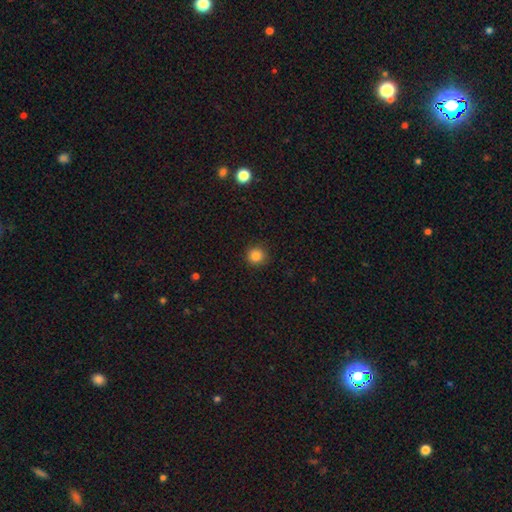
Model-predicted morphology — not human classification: A smooth galaxy with no disk features (85%) that is round (93%).

Vote fractions:
- Smooth or featured? smooth: 85% / star or artifact: 12% / featured or disk: 4%
- How rounded? round: 93% / in between: 6% / cigar-shaped: 1%
- Merging? none: 90% / minor disturbance: 7% / major disturbance: 2% / merger: 1%